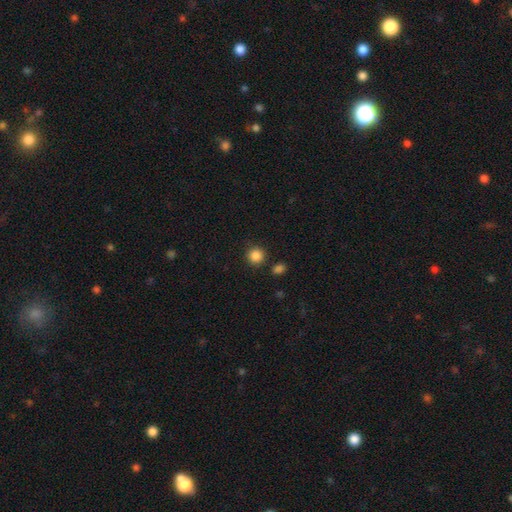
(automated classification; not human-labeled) Smooth or featured?
  - smooth: 86% *
  - star or artifact: 10%
  - featured or disk: 3%
How rounded?
  - round: 93% *
  - in between: 6%
  - cigar-shaped: 1%
Merging?
  - none: 85% *
  - minor disturbance: 7%
  - merger: 5%
  - major disturbance: 3%